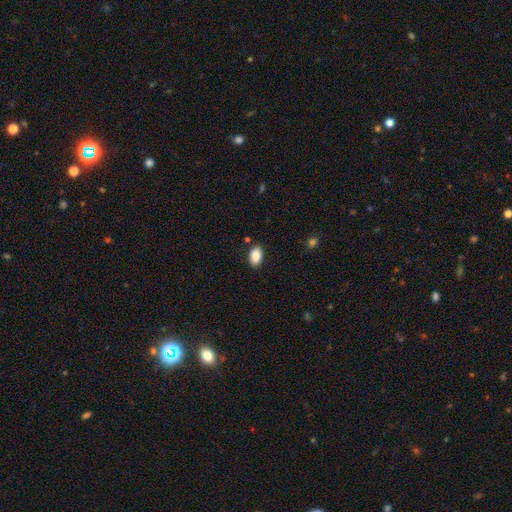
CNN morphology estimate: smooth 89%, star or artifact 7%, featured or disk 3%. Down the decision tree: how rounded — in between (92%); merging — none (85%).